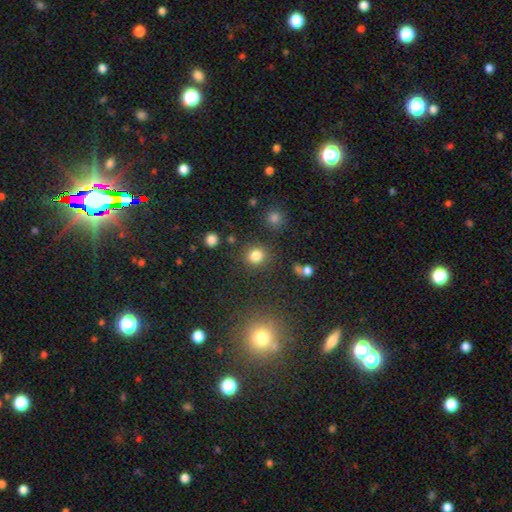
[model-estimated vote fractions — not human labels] This appears to be a smooth galaxy with no disk features (81%) that is round (86%). Merging: none (84%).